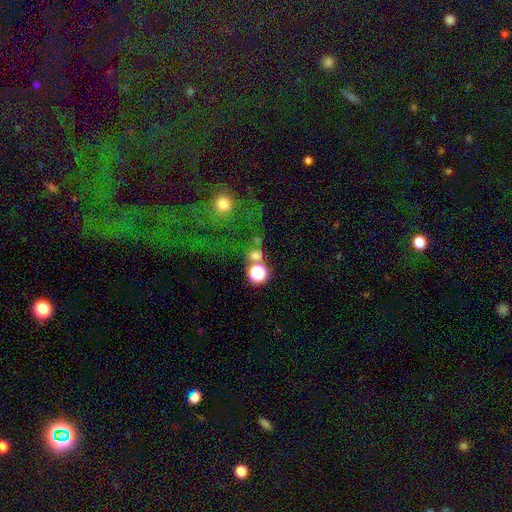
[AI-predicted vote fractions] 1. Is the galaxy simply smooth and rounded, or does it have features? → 64% smooth, 27% star or artifact, 9% featured or disk.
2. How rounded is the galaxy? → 85% round, 14% in between, 1% cigar-shaped.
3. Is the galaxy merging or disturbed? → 60% none, 24% merger, 9% minor disturbance, 7% major disturbance.